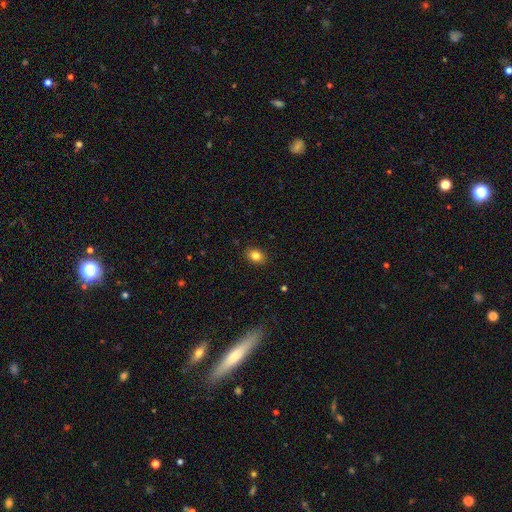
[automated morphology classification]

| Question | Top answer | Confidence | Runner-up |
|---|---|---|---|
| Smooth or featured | smooth | 83% | star or artifact (10%) |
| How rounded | in between | 70% | round (29%) |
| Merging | none | 89% | minor disturbance (8%) |